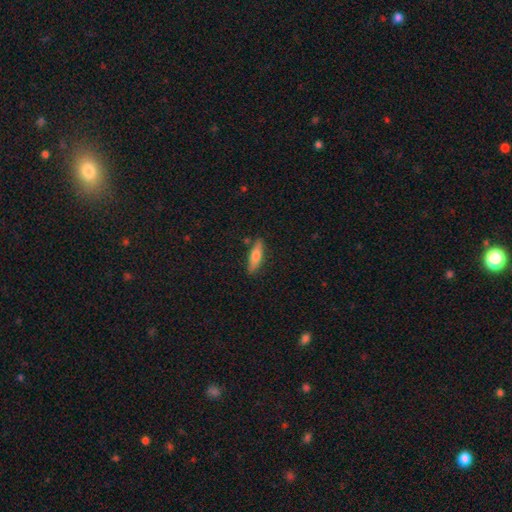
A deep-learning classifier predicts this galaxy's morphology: Q: Smooth or featured?
A: smooth (66%); runner-up: featured or disk (28%)
Q: How rounded?
A: cigar-shaped (59%); runner-up: in between (39%)
Q: Merging?
A: none (84%); runner-up: minor disturbance (12%)